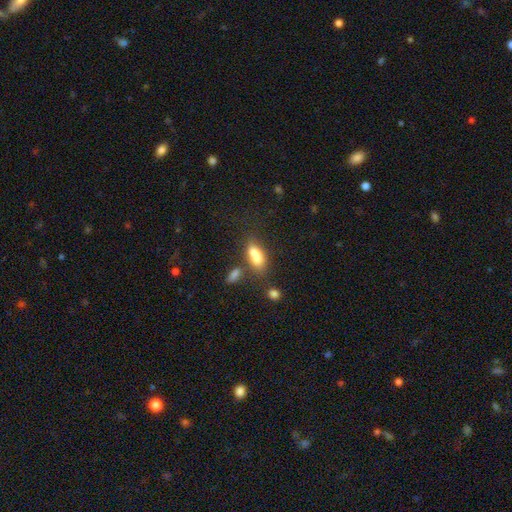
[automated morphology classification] type=smooth (72%); roundness=in between (78%); merging=merger (44%).